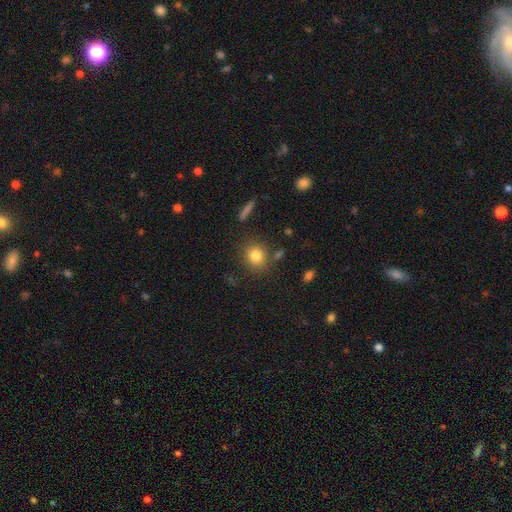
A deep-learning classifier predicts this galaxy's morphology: Smooth or featured?
  - smooth: 82% *
  - star or artifact: 11%
  - featured or disk: 8%
How rounded?
  - round: 80% *
  - in between: 19%
  - cigar-shaped: 1%
Merging?
  - none: 82% *
  - minor disturbance: 10%
  - merger: 5%
  - major disturbance: 4%